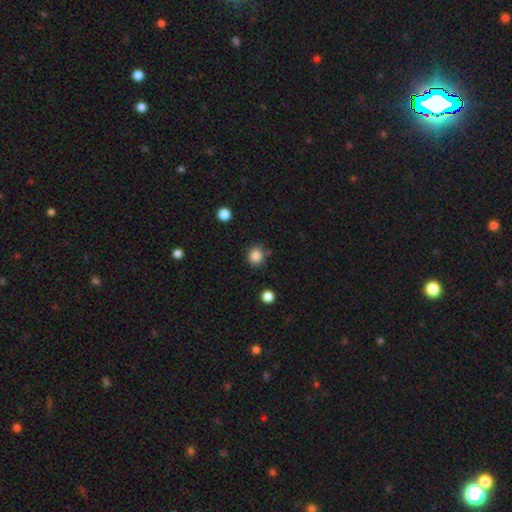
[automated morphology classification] Overall: smooth (85%). How rounded: round (90%). Merging: none (79%).